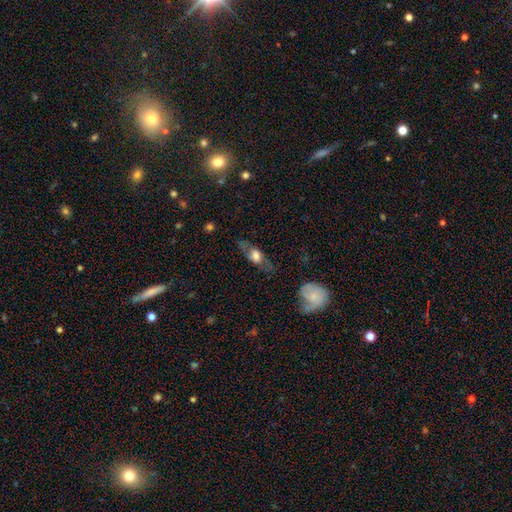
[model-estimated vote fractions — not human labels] This is possibly a featured or disk galaxy (47%). Merging: likely none (72%).